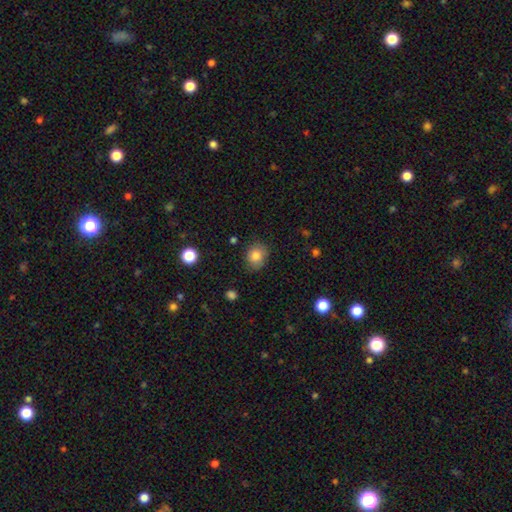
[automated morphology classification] Smooth or featured? Predicted: smooth (p=0.82). How rounded? Predicted: round (p=0.65). Merging? Predicted: none (p=0.81).